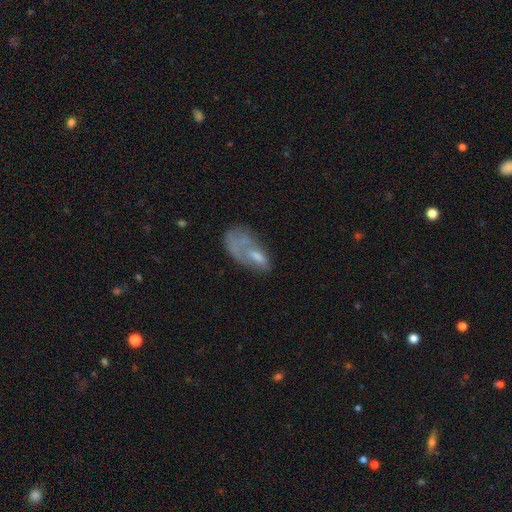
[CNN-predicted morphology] Smooth or featured? smooth (47%)
Merging? major disturbance (42%)